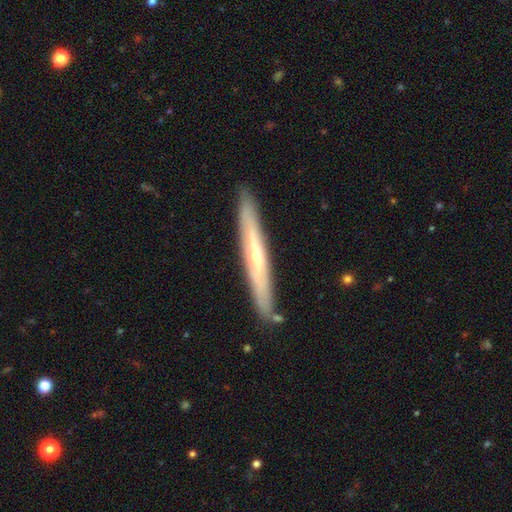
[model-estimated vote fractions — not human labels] A featured or disk galaxy (65%) viewed edge-on (90%) with a rounded central bulge (65%). Merging: none (89%).